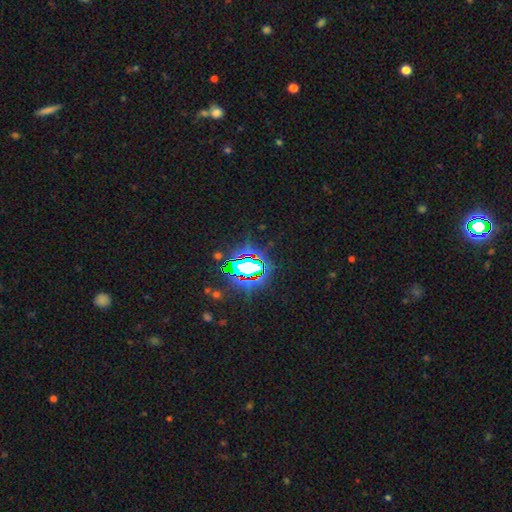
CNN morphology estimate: Smooth or featured? star or artifact (80%)